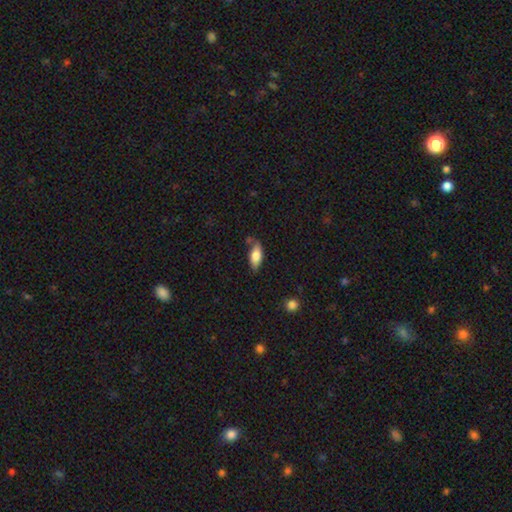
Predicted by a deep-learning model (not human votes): A smooth galaxy with no disk features (73%) that is in between round and cigar-shaped (80%). Merging: none (67%).